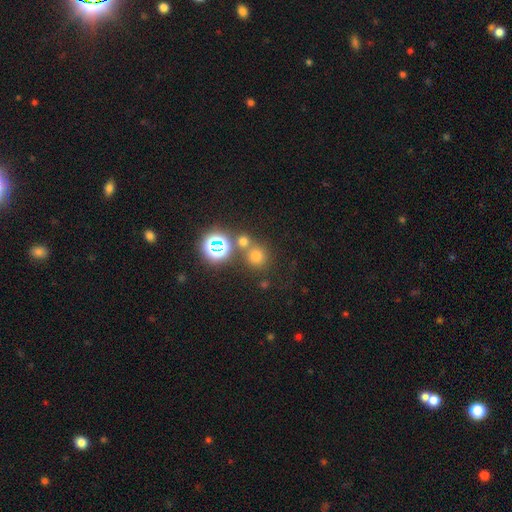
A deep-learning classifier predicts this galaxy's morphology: The model was most divided on "smooth or featured": smooth: 62%, star or artifact: 31%, featured or disk: 7%. More confident: how rounded — round (90%); merging — none (68%).